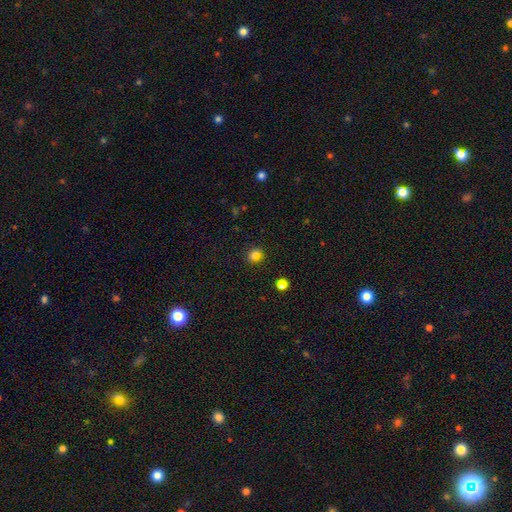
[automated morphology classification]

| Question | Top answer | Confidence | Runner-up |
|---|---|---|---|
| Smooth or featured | smooth | 77% | star or artifact (16%) |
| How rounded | round | 67% | in between (31%) |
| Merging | none | 85% | minor disturbance (9%) |